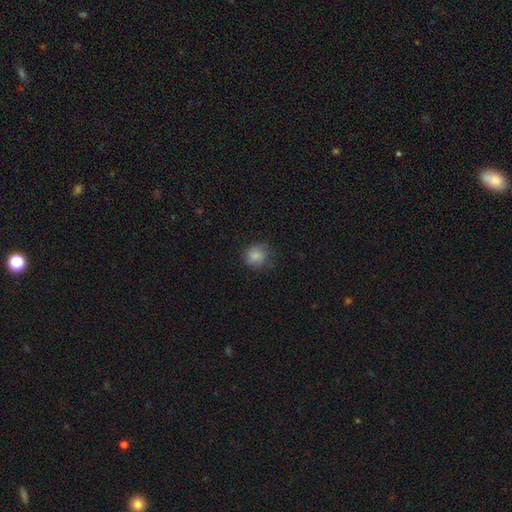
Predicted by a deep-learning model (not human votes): Smooth or featured: smooth — 81% (star or artifact — 9%)
How rounded: round — 80% (in between — 19%)
Merging: none — 71% (minor disturbance — 21%)